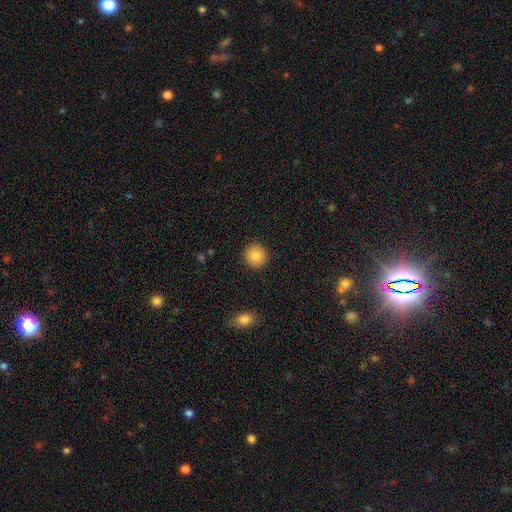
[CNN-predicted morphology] This is clearly a smooth galaxy (86%). How rounded: clearly round (93%). Merging: clearly none (92%).